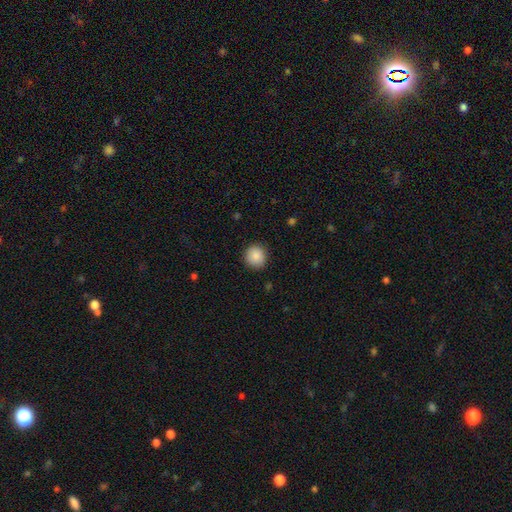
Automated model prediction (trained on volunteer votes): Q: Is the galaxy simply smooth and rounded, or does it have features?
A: smooth — 87%.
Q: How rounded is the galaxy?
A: round — 91%.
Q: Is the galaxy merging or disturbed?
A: none — 89%.